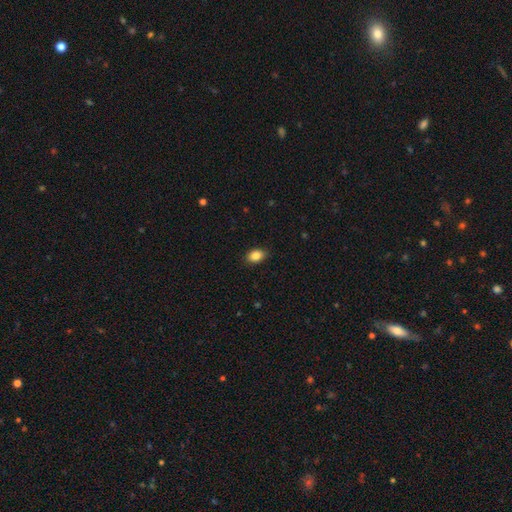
This is clearly a smooth galaxy (90%). How rounded: clearly in between (83%). Merging: clearly none (92%).